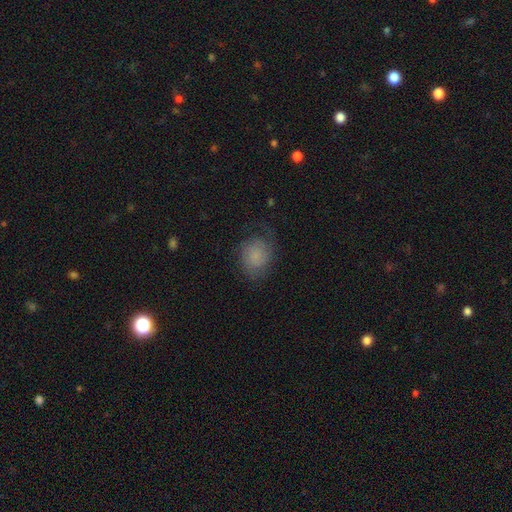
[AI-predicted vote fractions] smooth 59%, featured or disk 30%, star or artifact 11%. Down the decision tree: how rounded — round (60%); merging — none (62%).